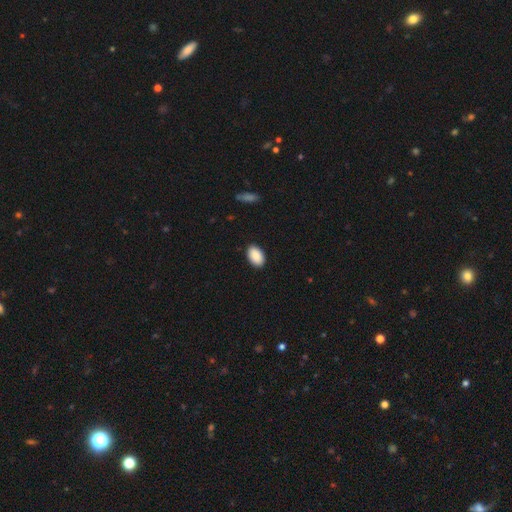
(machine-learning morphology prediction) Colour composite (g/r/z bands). It shows a smooth galaxy with no disk features (91%) that is in between round and cigar-shaped (91%). Merging: none (90%).